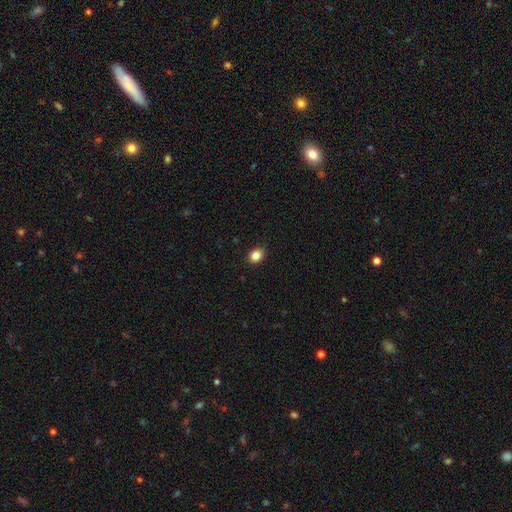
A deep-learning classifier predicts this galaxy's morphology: This appears to be a smooth galaxy with no disk features (85%) that is in between round and cigar-shaped (51%). Merging: none (89%).